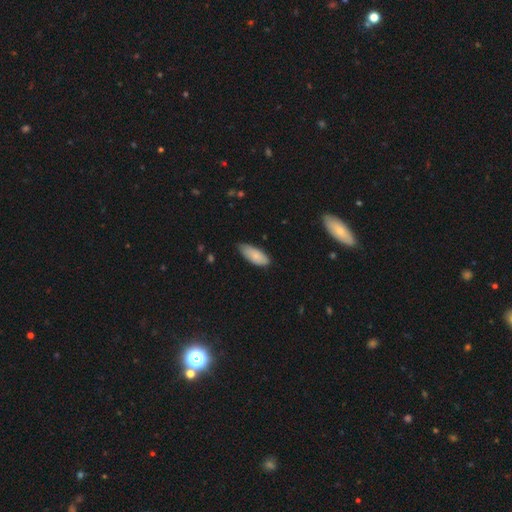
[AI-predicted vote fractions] smooth-or-featured: smooth: 83% | featured or disk: 11% | star or artifact: 6%
  how-rounded: in between: 84% | cigar-shaped: 14% | round: 2%
  merging: none: 61% | minor disturbance: 33% | major disturbance: 4% | merger: 2%